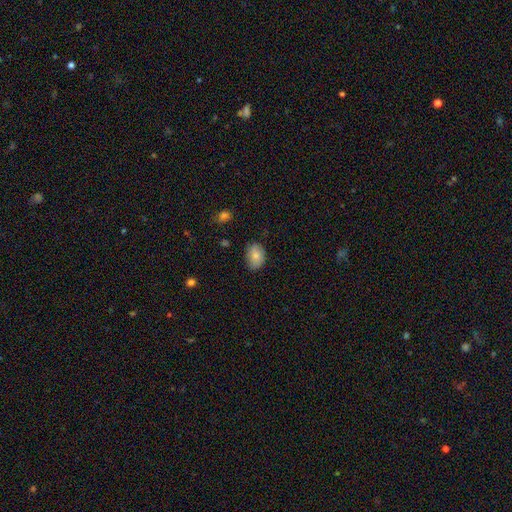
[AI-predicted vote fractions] Smooth or featured: smooth — 82% (featured or disk — 10%)
How rounded: in between — 80% (round — 19%)
Merging: none — 74% (minor disturbance — 21%)